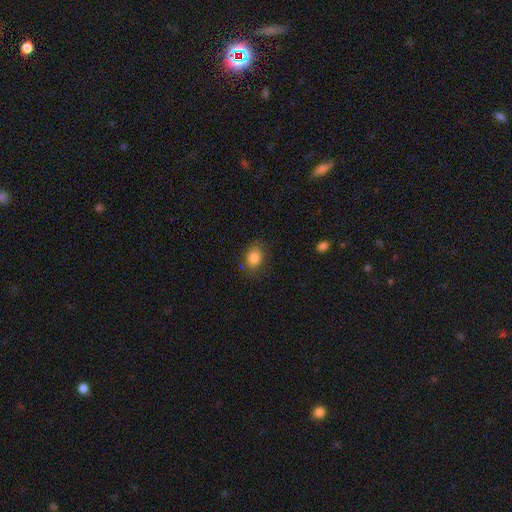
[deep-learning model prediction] This is clearly a smooth galaxy (80%). How rounded: likely in between (60%). Merging: clearly none (81%).